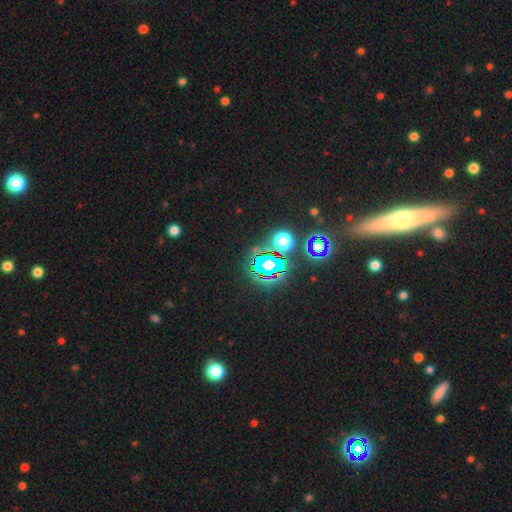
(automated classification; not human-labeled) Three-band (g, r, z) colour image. It shows a star or artifact, not a galaxy (60%).